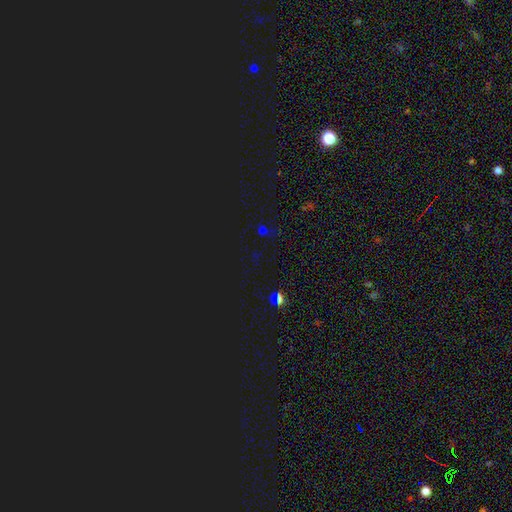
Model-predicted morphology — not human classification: A star or artifact, not a galaxy (72%).